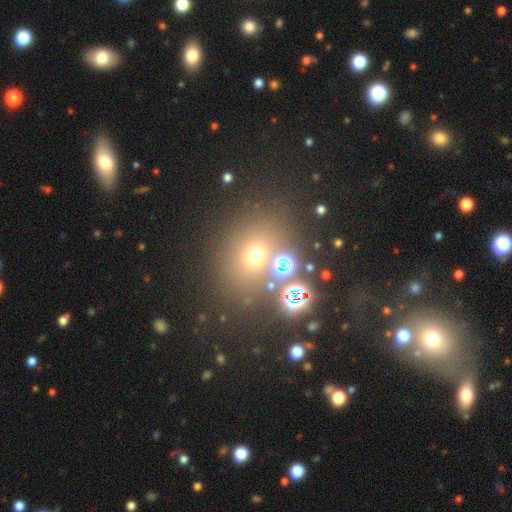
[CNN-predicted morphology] This appears to be a smooth galaxy with no disk features (58%) that is round (64%). Merging: none (71%).